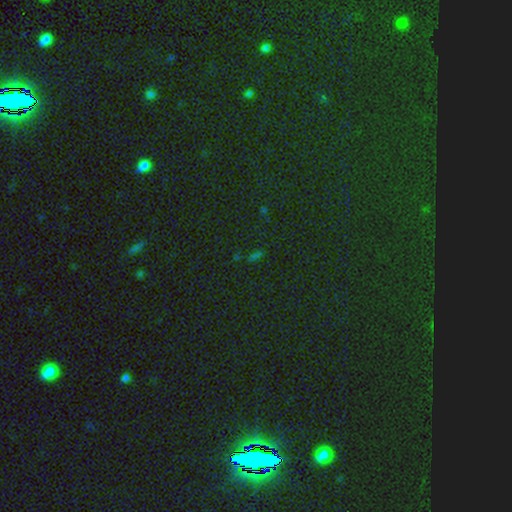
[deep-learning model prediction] Smooth or featured? star or artifact (66%)